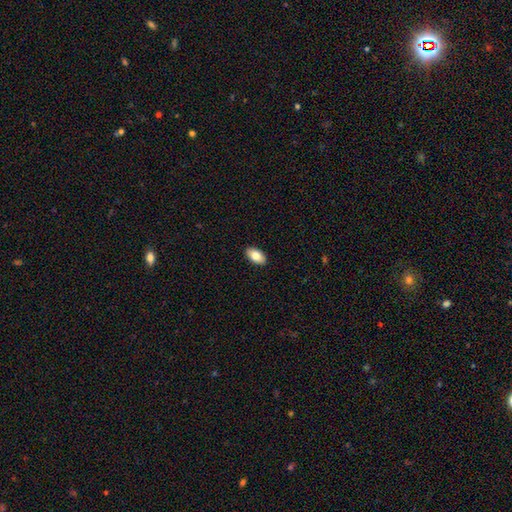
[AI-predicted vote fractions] A smooth galaxy with no disk features (82%) that is in between round and cigar-shaped (94%). Merging: none (91%).